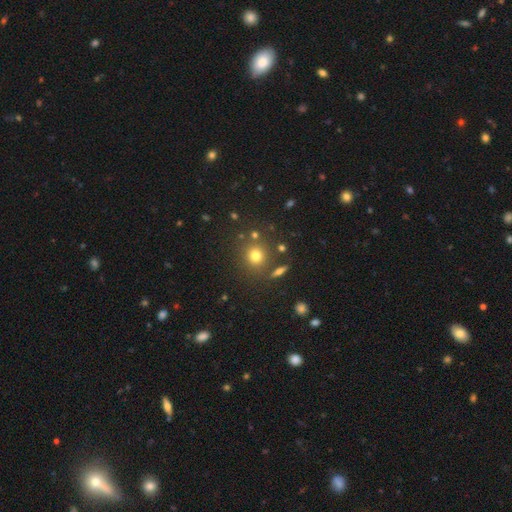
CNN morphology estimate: A smooth galaxy with no disk features (73%) that is round (89%). Merging: none (80%).